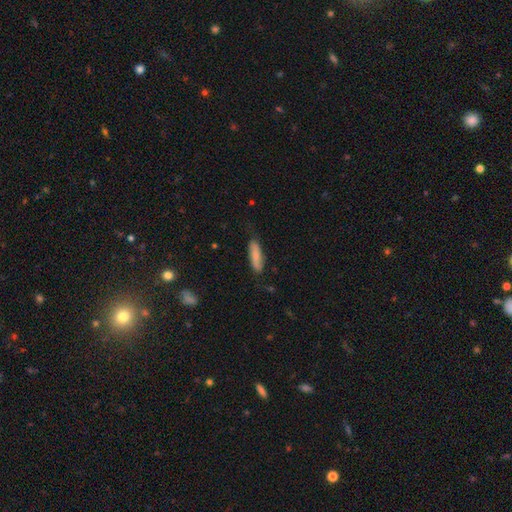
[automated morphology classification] A smooth galaxy with no disk features (76%) that is cigar-shaped (66%).

Vote fractions:
- Smooth or featured? smooth: 76% / featured or disk: 17% / star or artifact: 6%
- How rounded? cigar-shaped: 66% / in between: 32% / round: 2%
- Merging? none: 74% / minor disturbance: 20% / major disturbance: 4% / merger: 2%